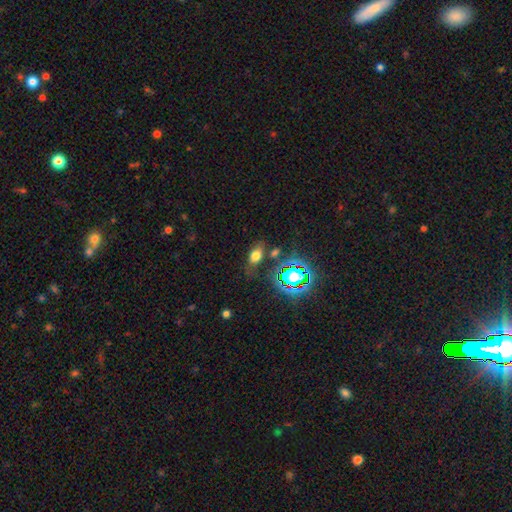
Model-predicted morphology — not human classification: Smooth or featured: smooth — 63% (star or artifact — 25%)
How rounded: in between — 83% (round — 14%)
Merging: none — 69% (minor disturbance — 17%)